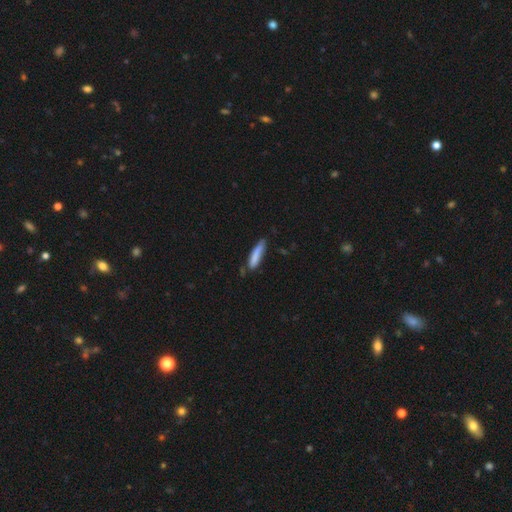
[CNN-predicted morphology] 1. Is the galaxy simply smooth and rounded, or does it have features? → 82% smooth, 12% featured or disk, 6% star or artifact.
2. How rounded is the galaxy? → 84% cigar-shaped, 15% in between, 1% round.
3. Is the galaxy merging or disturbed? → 67% none, 25% minor disturbance, 4% major disturbance, 4% merger.